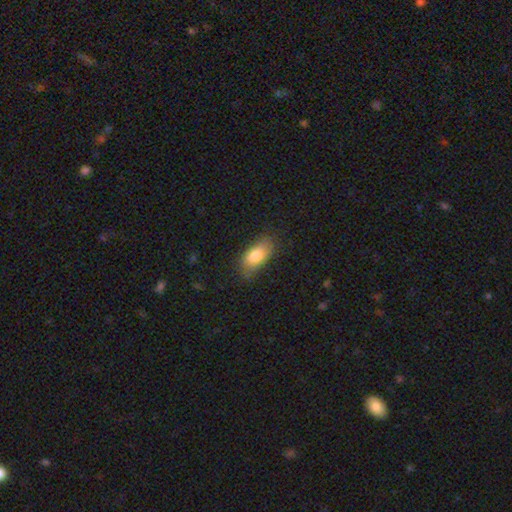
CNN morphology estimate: The model was most divided on "merging": none: 74%, minor disturbance: 20%, major disturbance: 5%, merger: 1%. More confident: how rounded — in between (88%); smooth or featured — smooth (79%).